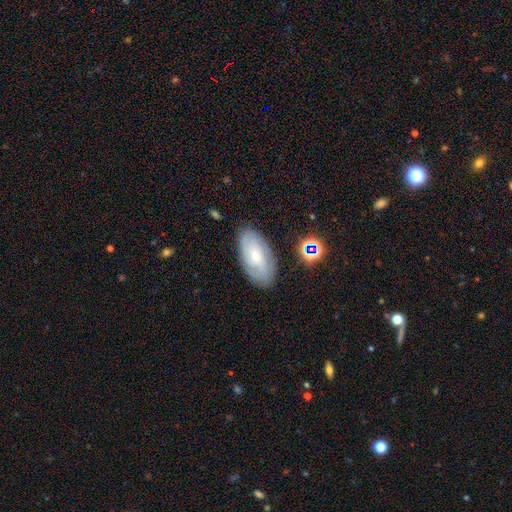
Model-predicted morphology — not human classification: featured or disk 57%, smooth 35%, star or artifact 8%. Down the decision tree: edge-on disk — no (92%); bar — no (64%); spiral arms — yes (83%); bulge size — small (59%); merging — none (82%).